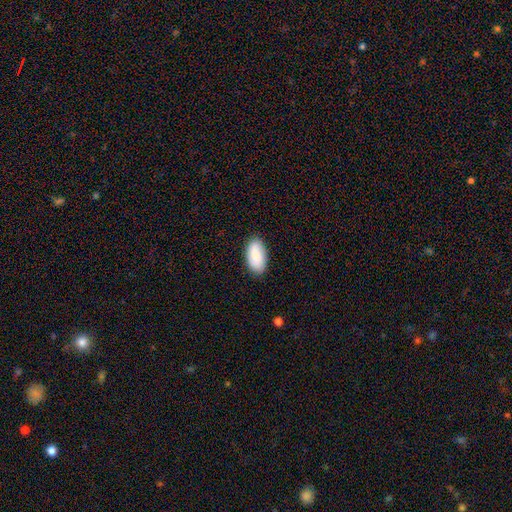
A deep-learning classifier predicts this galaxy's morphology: Overall: smooth (80%). How rounded: in between (94%). Merging: none (86%).